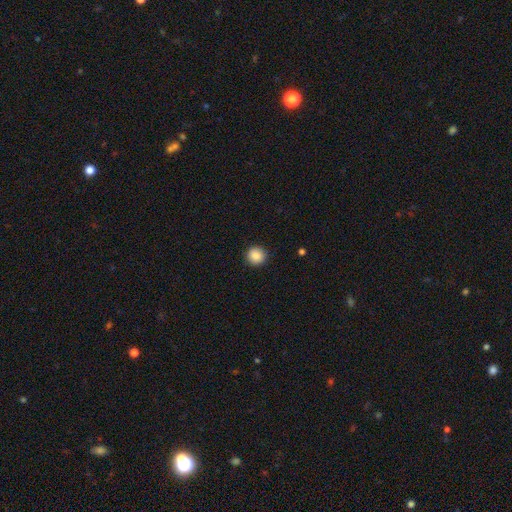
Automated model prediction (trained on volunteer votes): A smooth galaxy with no disk features (87%) that is round (93%).

Vote fractions:
- Smooth or featured? smooth: 87% / star or artifact: 9% / featured or disk: 4%
- How rounded? round: 93% / in between: 6% / cigar-shaped: 1%
- Merging? none: 91% / minor disturbance: 6% / major disturbance: 2% / merger: 1%